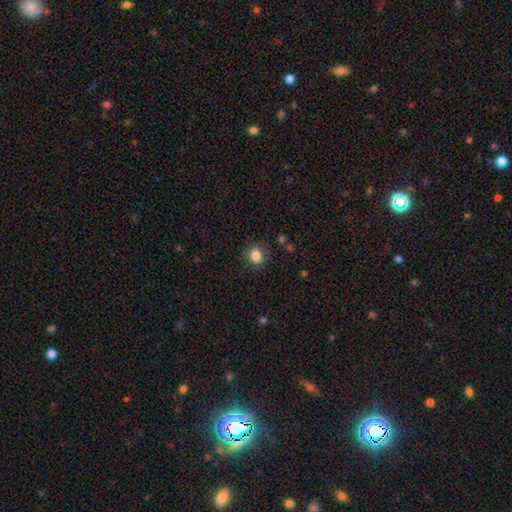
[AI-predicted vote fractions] Morphology: type=smooth (84%); roundness=round (73%); merging=none (85%).